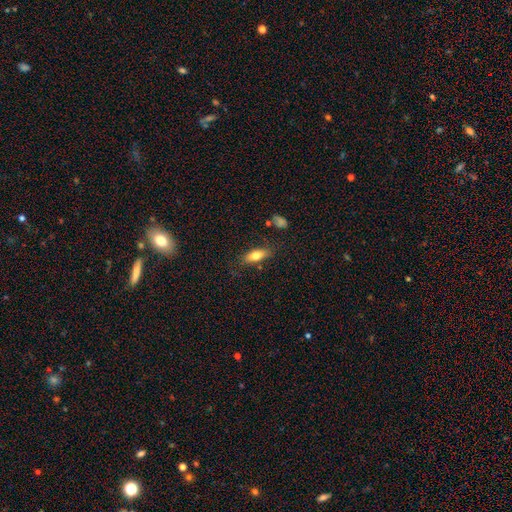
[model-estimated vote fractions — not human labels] Q: Smooth or featured?
A: smooth (73%); runner-up: featured or disk (19%)
Q: How rounded?
A: in between (73%); runner-up: cigar-shaped (23%)
Q: Merging?
A: none (77%); runner-up: minor disturbance (16%)